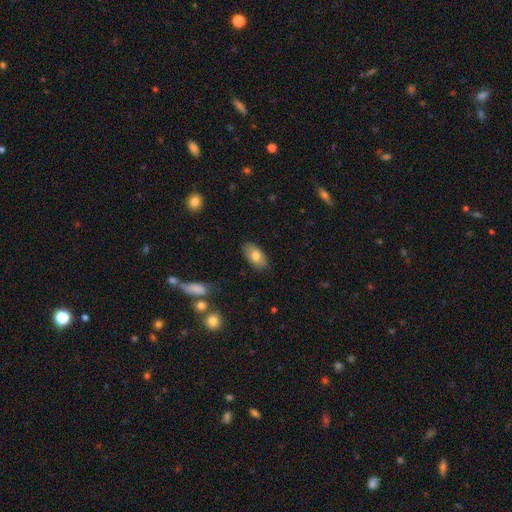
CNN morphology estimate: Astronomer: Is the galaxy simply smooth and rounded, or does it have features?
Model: smooth — 76%.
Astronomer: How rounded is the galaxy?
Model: in between — 93%.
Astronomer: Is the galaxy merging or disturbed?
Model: none — 84%.